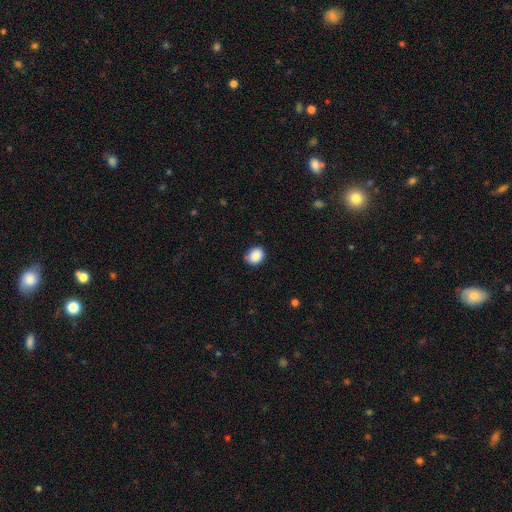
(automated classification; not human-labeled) smooth_or_featured: smooth (p=0.88) [alt: star or artifact p=0.08]
how_rounded: round (p=0.50) [alt: in between p=0.49]
merging: none (p=0.76) [alt: minor disturbance p=0.19]